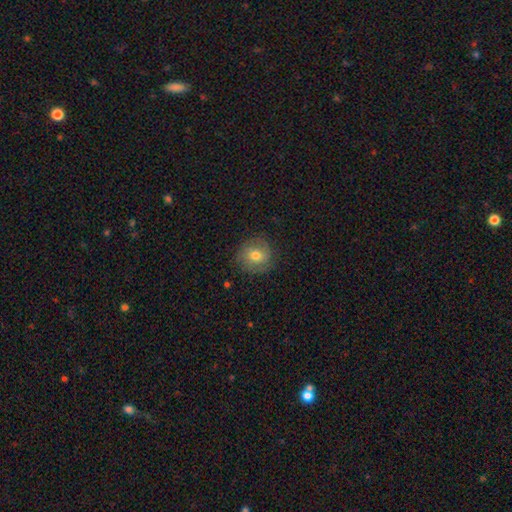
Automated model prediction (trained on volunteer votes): smooth 62%, featured or disk 28%, star or artifact 9%. Down the decision tree: how rounded — round (87%); merging — none (78%).